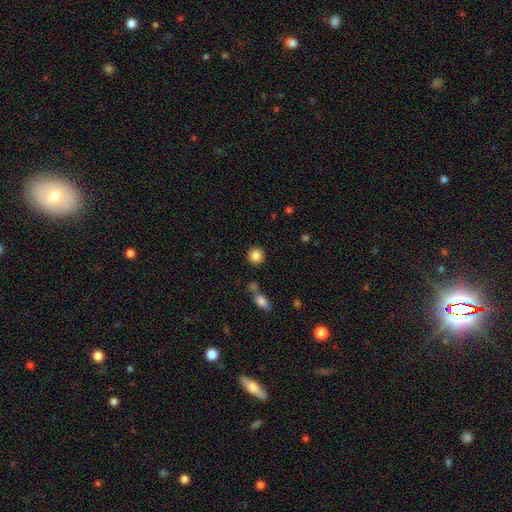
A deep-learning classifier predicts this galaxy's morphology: type=smooth (85%); roundness=round (92%); merging=none (86%).